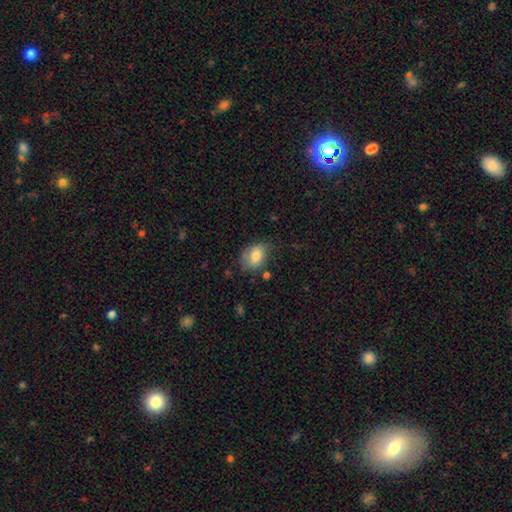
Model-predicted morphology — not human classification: Smooth or featured: smooth — 77% (featured or disk — 15%)
How rounded: in between — 76% (round — 23%)
Merging: none — 62% (minor disturbance — 27%)